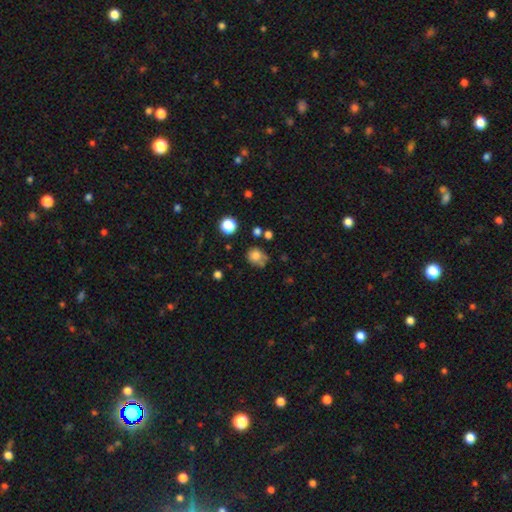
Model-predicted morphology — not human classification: This appears to be a smooth galaxy with no disk features (76%) that is round (75%). Merging: none (54%).